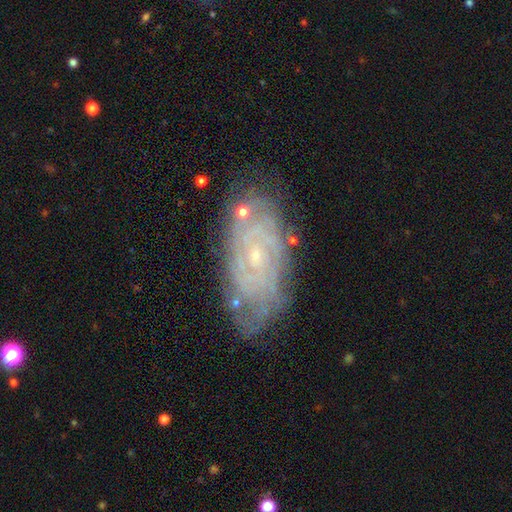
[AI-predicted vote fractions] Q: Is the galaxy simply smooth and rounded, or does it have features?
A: featured or disk — 78%.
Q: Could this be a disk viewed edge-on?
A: no — 93%.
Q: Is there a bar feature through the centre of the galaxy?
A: no — 73%.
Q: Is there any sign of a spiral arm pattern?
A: yes — 88%.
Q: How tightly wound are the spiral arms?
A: tight — 73%.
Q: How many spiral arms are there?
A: can't tell — 53%.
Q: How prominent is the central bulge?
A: small — 79%.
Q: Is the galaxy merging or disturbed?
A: none — 73%.